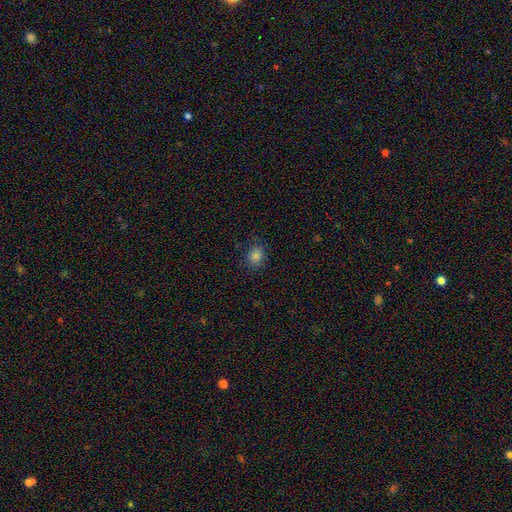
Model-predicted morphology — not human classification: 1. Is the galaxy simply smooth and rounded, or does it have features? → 83% smooth, 13% star or artifact, 4% featured or disk.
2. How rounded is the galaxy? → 62% round, 37% in between, 1% cigar-shaped.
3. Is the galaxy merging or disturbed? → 82% none, 13% minor disturbance, 4% major disturbance, 1% merger.